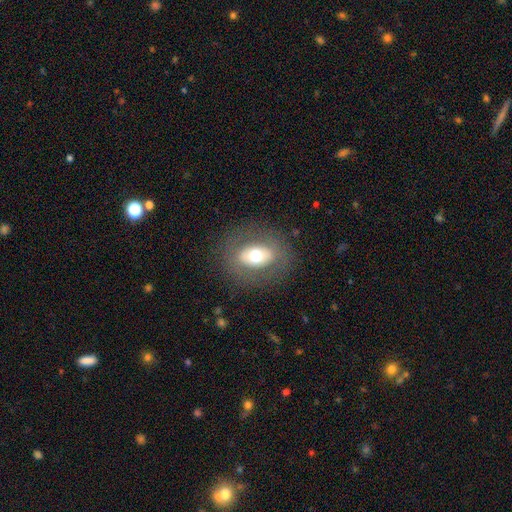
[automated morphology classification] Overall: smooth (55%; featured or disk 36%). How rounded: in between (65%; round 34%). Merging: none (81%).